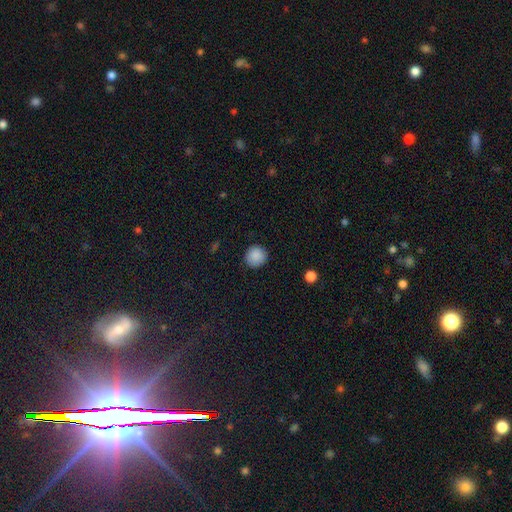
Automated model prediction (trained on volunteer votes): smooth-or-featured: smooth: 88% | star or artifact: 8% | featured or disk: 4%
  how-rounded: round: 92% | in between: 7% | cigar-shaped: 1%
  merging: none: 88% | minor disturbance: 9% | major disturbance: 2% | merger: 1%